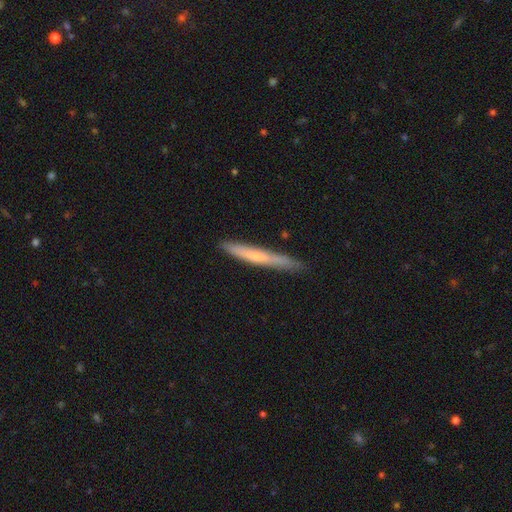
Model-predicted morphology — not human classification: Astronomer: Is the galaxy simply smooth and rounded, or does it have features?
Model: smooth — 58% (runner-up: featured or disk, 36%).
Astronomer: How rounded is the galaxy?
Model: cigar-shaped — 96%.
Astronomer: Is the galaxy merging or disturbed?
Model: none — 82%.